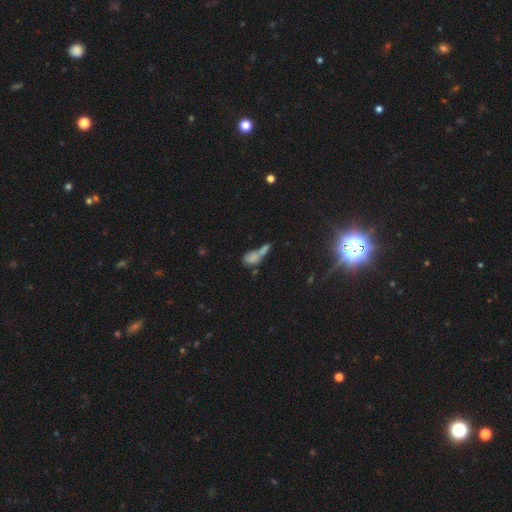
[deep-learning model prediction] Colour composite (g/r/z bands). It shows a smooth galaxy with no disk features (60%) that is in between round and cigar-shaped (70%). Merging: merger (56%).